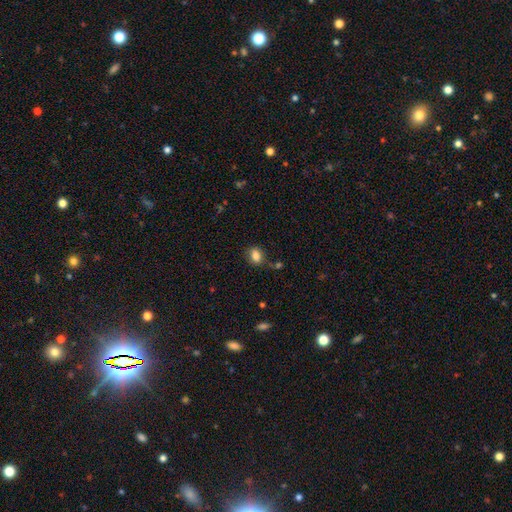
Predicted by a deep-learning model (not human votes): Morphology: type=smooth (83%); roundness=in between (63%); merging=none (73%).